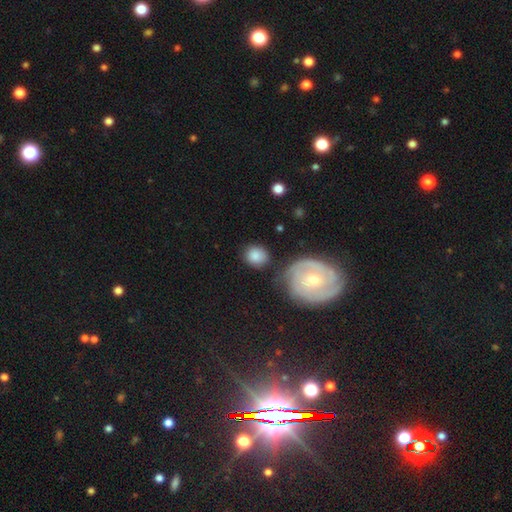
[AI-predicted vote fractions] Smooth or featured? smooth (81%)
How rounded? round (79%)
Merging? none (74%)